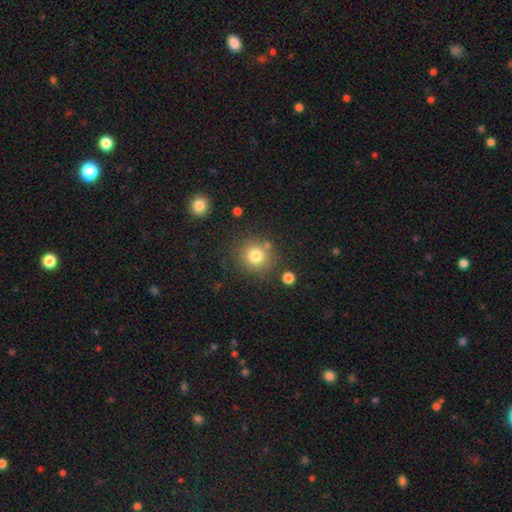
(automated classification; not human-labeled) smooth_or_featured: smooth (p=0.79) [alt: star or artifact p=0.12]
how_rounded: round (p=0.89) [alt: in between p=0.10]
merging: none (p=0.78) [alt: minor disturbance p=0.10]